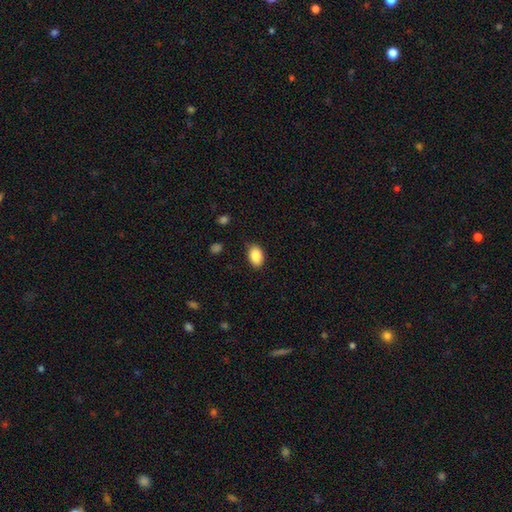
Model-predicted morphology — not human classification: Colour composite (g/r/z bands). It shows a smooth galaxy with no disk features (88%) that is in between round and cigar-shaped (86%). Merging: none (83%).